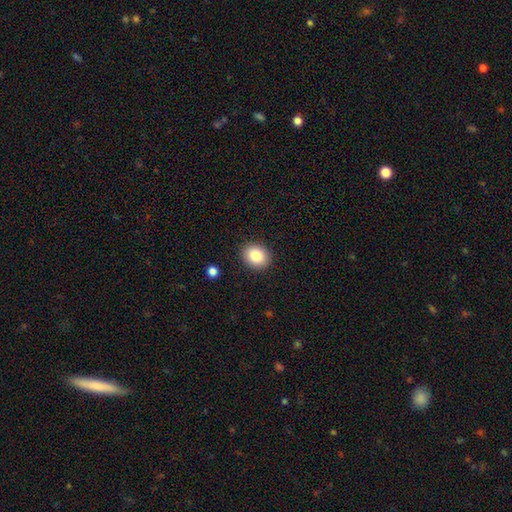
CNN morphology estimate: smooth-or-featured: smooth: 85% | star or artifact: 9% | featured or disk: 6%
  how-rounded: round: 58% | in between: 41% | cigar-shaped: 1%
  merging: none: 89% | minor disturbance: 7% | major disturbance: 2% | merger: 1%